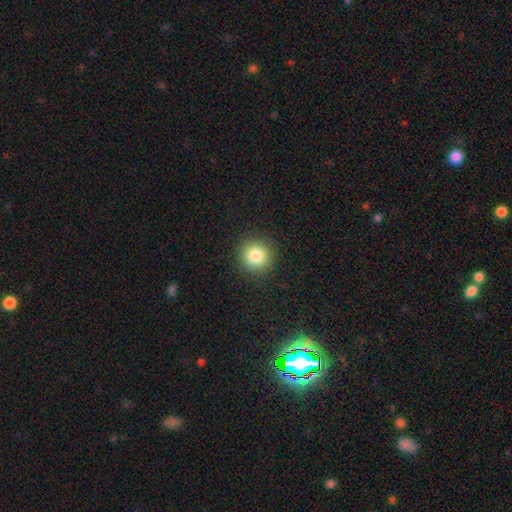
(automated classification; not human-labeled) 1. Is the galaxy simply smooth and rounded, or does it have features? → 82% smooth, 11% star or artifact, 7% featured or disk.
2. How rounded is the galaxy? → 94% round, 5% in between, 1% cigar-shaped.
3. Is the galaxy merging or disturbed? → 92% none, 5% minor disturbance, 2% major disturbance, 1% merger.